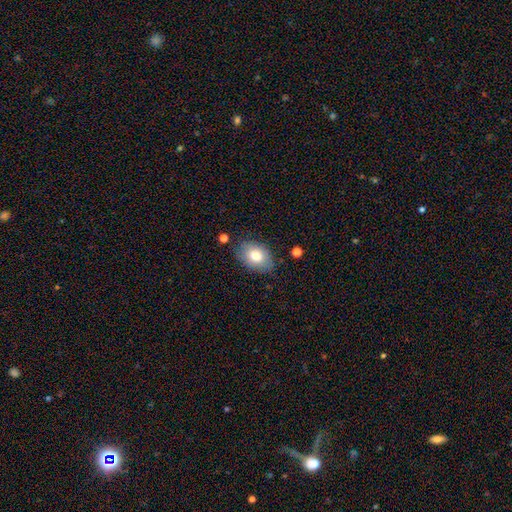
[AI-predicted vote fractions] Smooth or featured: smooth — 79% (featured or disk — 13%)
How rounded: in between — 83% (round — 16%)
Merging: none — 80% (minor disturbance — 15%)